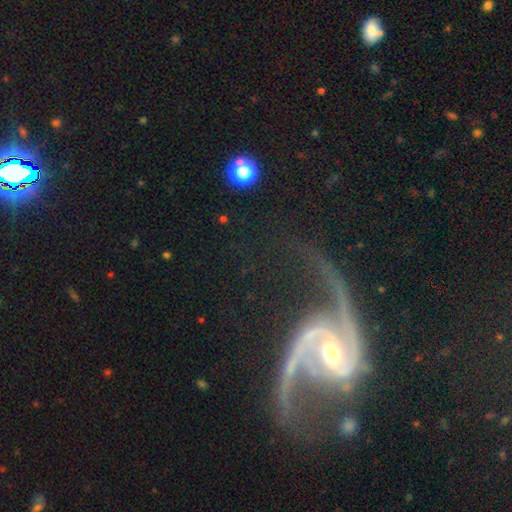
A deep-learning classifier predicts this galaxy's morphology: smooth_or_featured: featured or disk (p=0.89) [alt: star or artifact p=0.07]
disk_edge_on: no (p=0.97) [alt: yes p=0.03]
bar: weak (p=0.37) [alt: no p=0.36]
has_spiral_arms: yes (p=0.97) [alt: no p=0.03]
spiral_winding: loose (p=0.56) [alt: medium p=0.35]
spiral_arm_count: 2 (p=0.90) [alt: 1 p=0.04]
bulge_size: small (p=0.52) [alt: moderate p=0.42]
merging: none (p=0.52) [alt: major disturbance p=0.23]